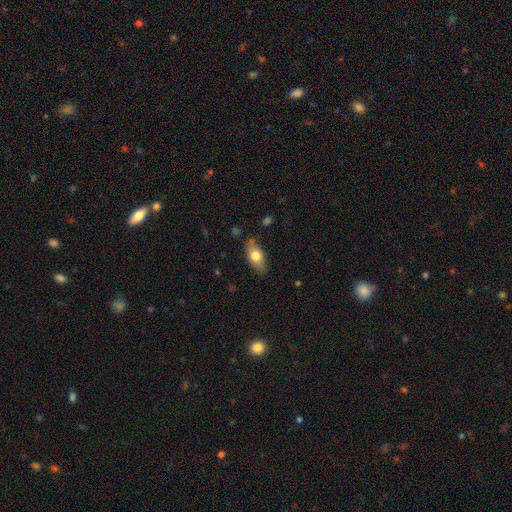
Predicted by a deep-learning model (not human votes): smooth_or_featured: smooth (p=0.72) [alt: featured or disk p=0.21]
how_rounded: in between (p=0.86) [alt: cigar-shaped p=0.08]
merging: none (p=0.74) [alt: minor disturbance p=0.20]